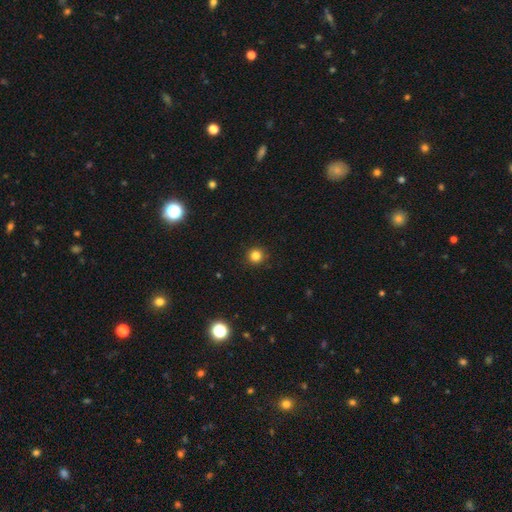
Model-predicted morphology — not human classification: type=smooth (83%); roundness=round (95%); merging=none (92%).